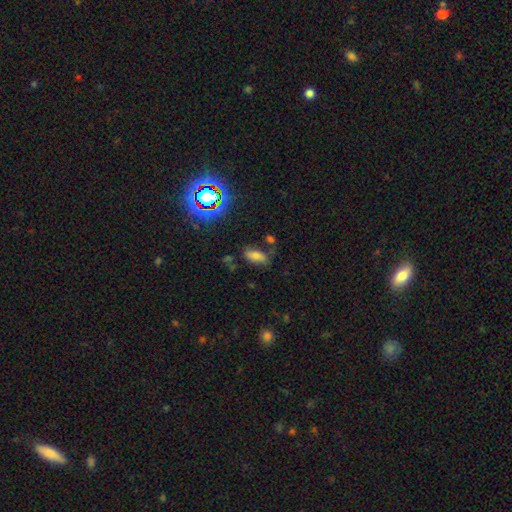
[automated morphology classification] A smooth galaxy with no disk features (70%) that is in between round and cigar-shaped (85%). Merging: none (69%).